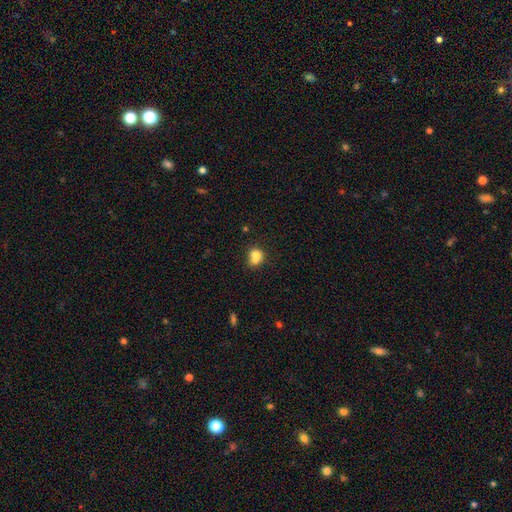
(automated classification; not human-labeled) smooth-or-featured: smooth: 72% | featured or disk: 17% | star or artifact: 11%
  how-rounded: round: 69% | in between: 30% | cigar-shaped: 1%
  merging: merger: 58% | none: 30% | minor disturbance: 8% | major disturbance: 4%